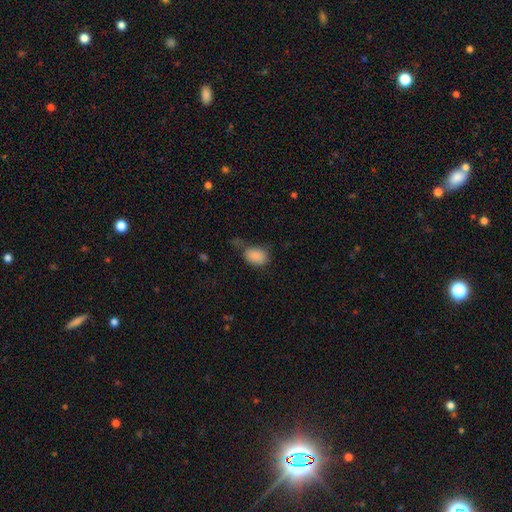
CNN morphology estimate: Smooth or featured? smooth (87%)
How rounded? in between (79%)
Merging? none (47%)